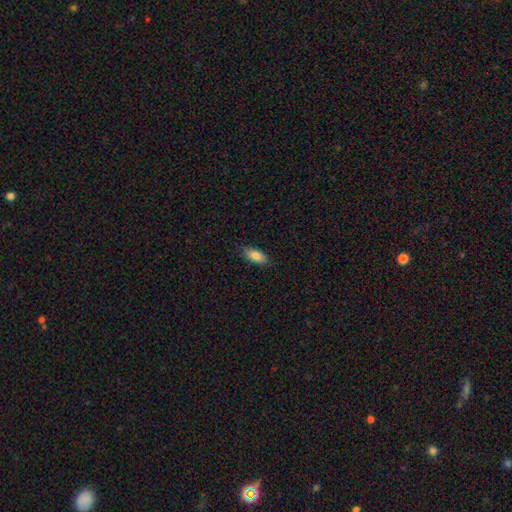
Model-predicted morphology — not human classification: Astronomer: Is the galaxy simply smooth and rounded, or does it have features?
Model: smooth — 84%.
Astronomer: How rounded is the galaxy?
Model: in between — 84%.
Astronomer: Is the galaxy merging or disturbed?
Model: none — 85%.